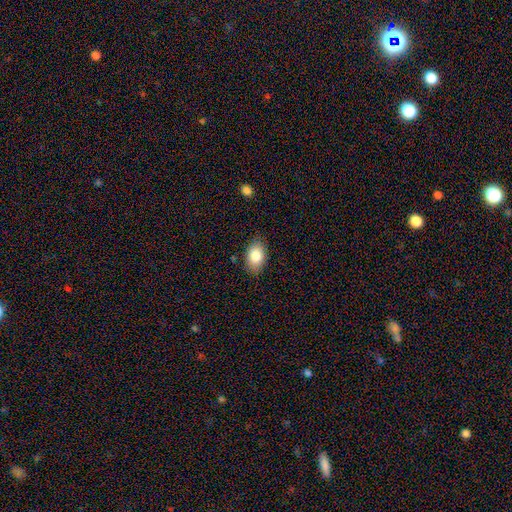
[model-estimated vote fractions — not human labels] smooth-or-featured: smooth: 83% | featured or disk: 10% | star or artifact: 7%
  how-rounded: in between: 89% | round: 10% | cigar-shaped: 1%
  merging: none: 84% | minor disturbance: 12% | major disturbance: 3% | merger: 1%